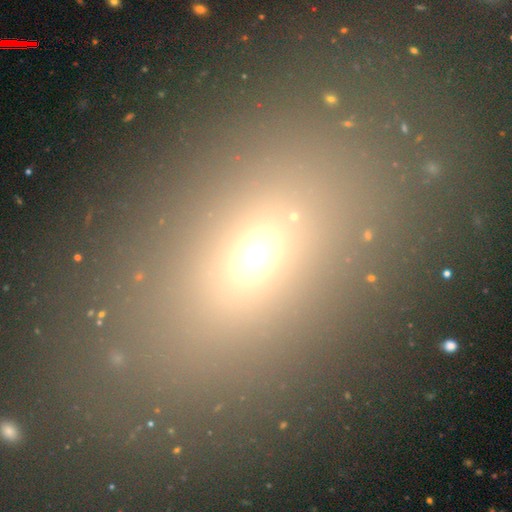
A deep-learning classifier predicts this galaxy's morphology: Smooth or featured: smooth — 63% (star or artifact — 23%)
How rounded: in between — 76% (round — 17%)
Merging: none — 75% (minor disturbance — 11%)